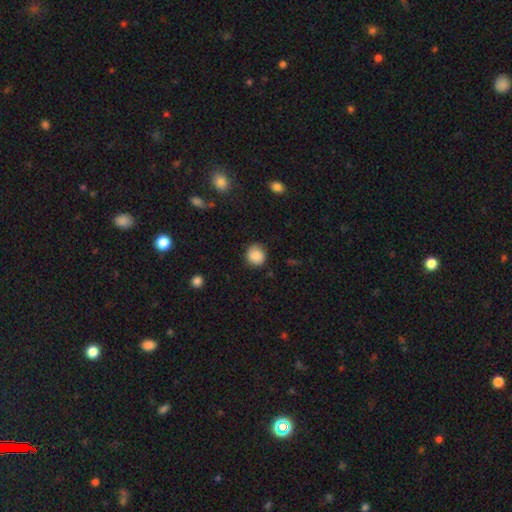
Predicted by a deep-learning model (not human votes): The model was most divided on "merging": none: 82%, minor disturbance: 13%, major disturbance: 3%, merger: 1%. More confident: how rounded — round (88%); smooth or featured — smooth (87%).